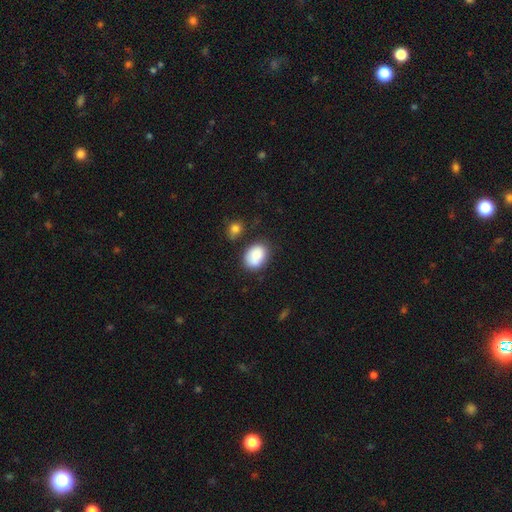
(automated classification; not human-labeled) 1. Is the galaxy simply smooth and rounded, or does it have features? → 86% smooth, 7% star or artifact, 6% featured or disk.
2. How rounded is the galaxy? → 76% in between, 23% round, 1% cigar-shaped.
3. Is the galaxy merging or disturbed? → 67% none, 20% minor disturbance, 8% merger, 5% major disturbance.